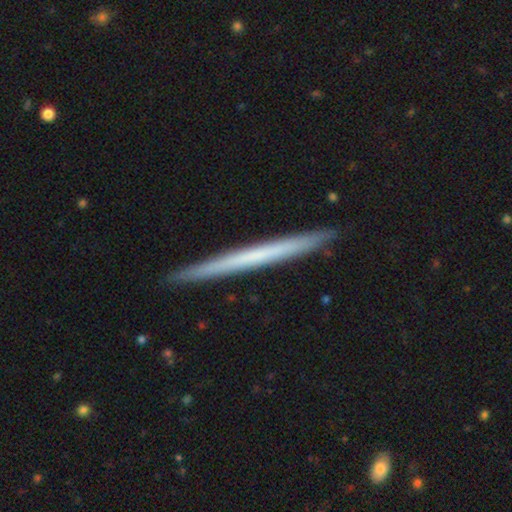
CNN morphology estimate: featured or disk 50%, smooth 44%, star or artifact 6%. Down the decision tree: edge-on disk — yes (97%); merging — none (92%).